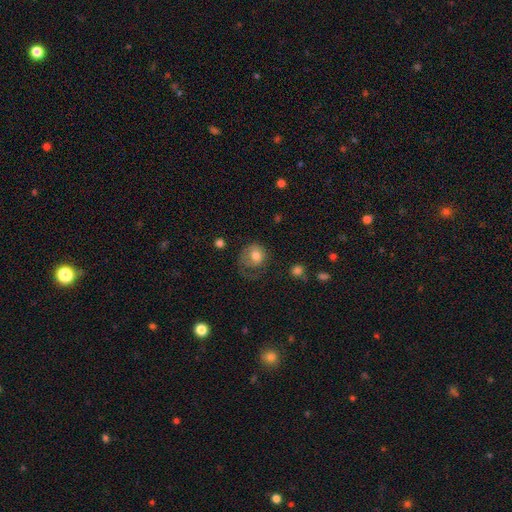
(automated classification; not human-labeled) Overall: smooth (66%). How rounded: round (74%). Merging: major disturbance (38%; none 37%).